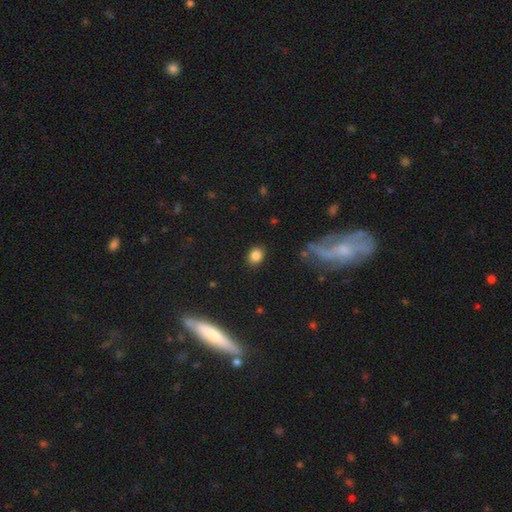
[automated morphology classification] Overall: smooth (84%). How rounded: in between (50%; round 49%). Merging: none (87%).